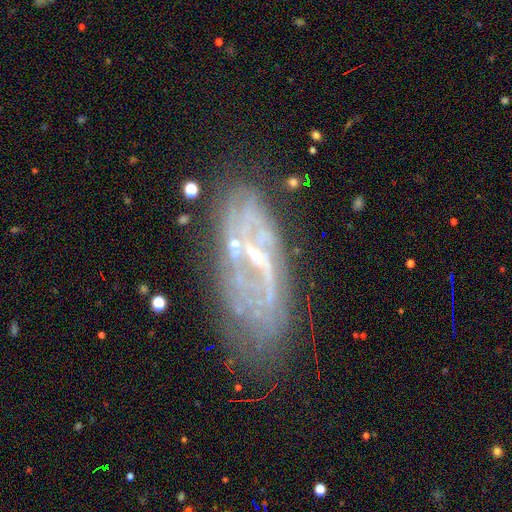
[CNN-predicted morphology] Smooth or featured: featured or disk — 78% (smooth — 11%)
Edge-on disk: no — 90% (yes — 10%)
Bar: weak — 38% (no — 35%)
Spiral arms: yes — 71% (no — 29%)
Bulge size: small — 71% (moderate — 14%)
Merging: none — 59% (minor disturbance — 22%)